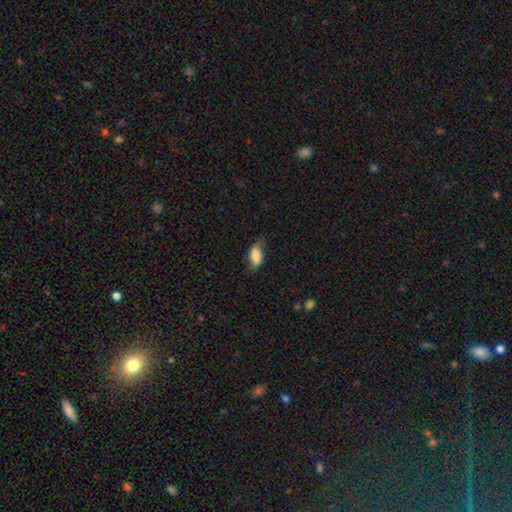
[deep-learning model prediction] smooth 76%, featured or disk 17%, star or artifact 7%. Down the decision tree: how rounded — in between (88%); merging — none (54%).